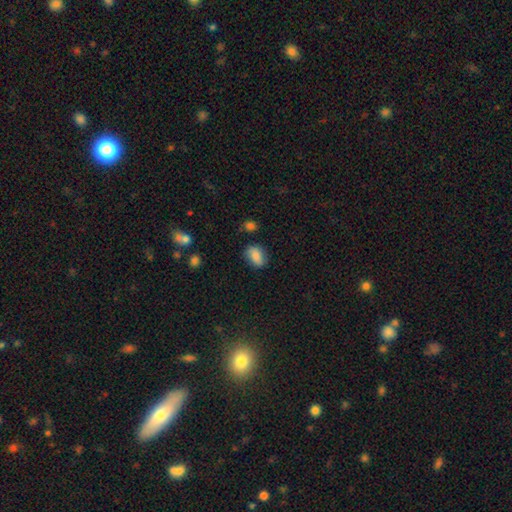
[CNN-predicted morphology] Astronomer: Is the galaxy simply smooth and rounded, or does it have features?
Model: smooth — 81%.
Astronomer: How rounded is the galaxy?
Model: in between — 80%.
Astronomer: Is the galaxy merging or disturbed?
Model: none — 72%.